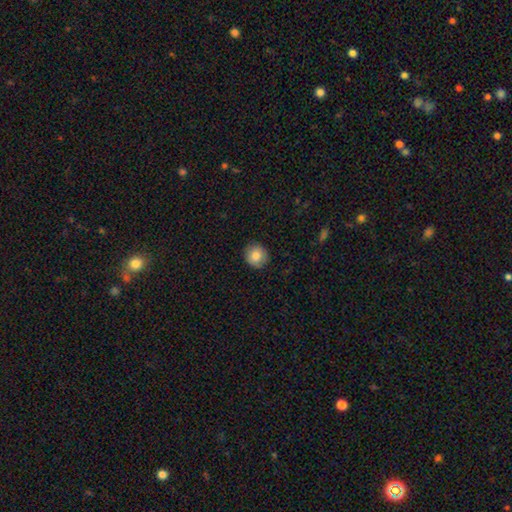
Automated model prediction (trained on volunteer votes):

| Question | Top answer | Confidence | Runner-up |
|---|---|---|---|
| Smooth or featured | smooth | 84% | star or artifact (8%) |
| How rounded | round | 87% | in between (12%) |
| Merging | none | 89% | minor disturbance (8%) |